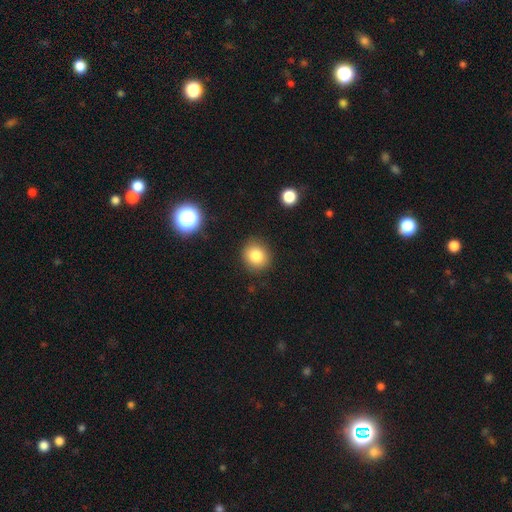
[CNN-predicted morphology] Smooth or featured? Predicted: smooth (p=0.83). How rounded? Predicted: round (p=0.84). Merging? Predicted: none (p=0.88).